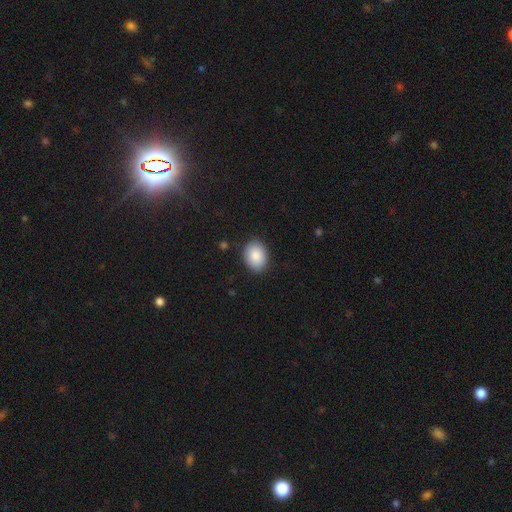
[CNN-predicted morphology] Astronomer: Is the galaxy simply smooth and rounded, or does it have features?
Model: smooth — 88%.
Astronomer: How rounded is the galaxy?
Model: in between — 64%.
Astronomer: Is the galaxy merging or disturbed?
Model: none — 87%.